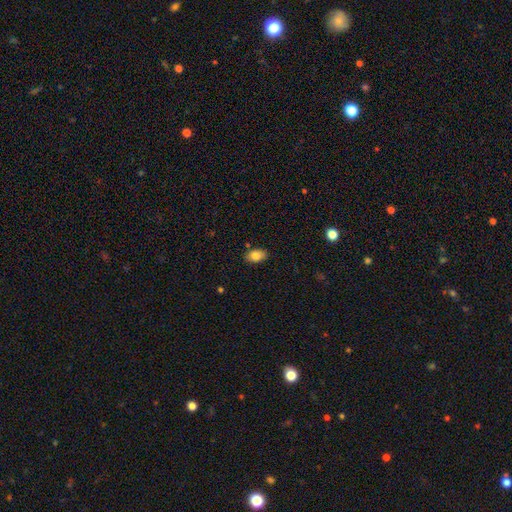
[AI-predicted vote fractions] Smooth or featured?
  - smooth: 82% *
  - featured or disk: 10%
  - star or artifact: 8%
How rounded?
  - in between: 89% *
  - round: 9%
  - cigar-shaped: 2%
Merging?
  - none: 84% *
  - minor disturbance: 12%
  - major disturbance: 2%
  - merger: 2%